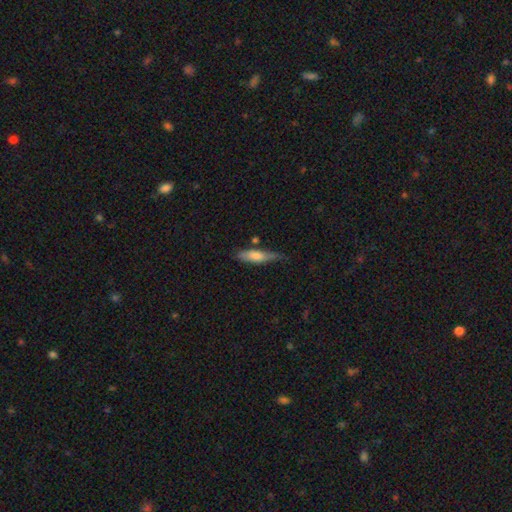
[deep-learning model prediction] This is likely a smooth galaxy (66%). How rounded: likely cigar-shaped (73%). Merging: likely none (61%).